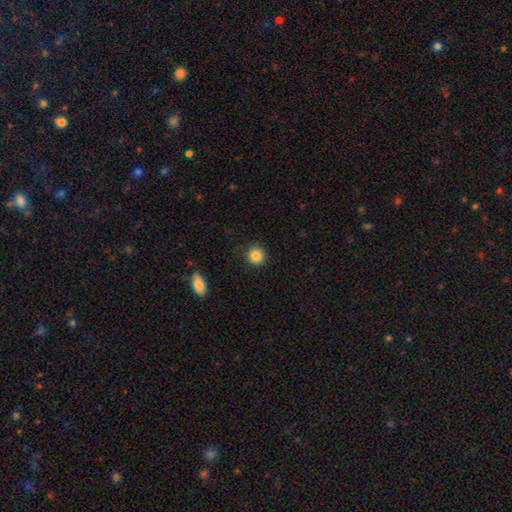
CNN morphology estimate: This appears to be a smooth galaxy with no disk features (86%) that is round (93%). Merging: none (88%).